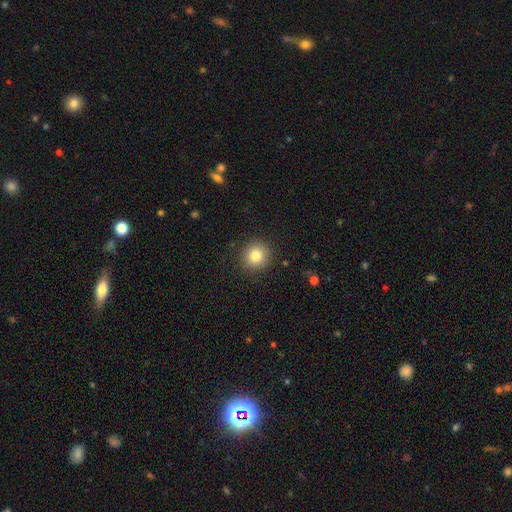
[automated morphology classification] Smooth or featured? smooth (82%)
How rounded? round (91%)
Merging? none (90%)